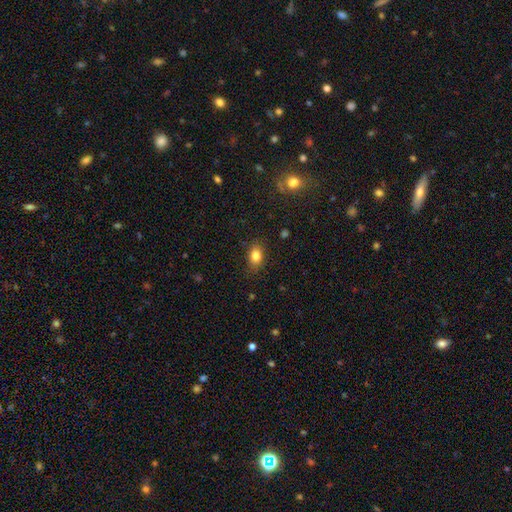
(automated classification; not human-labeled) Q: Smooth or featured?
A: smooth (83%); runner-up: star or artifact (10%)
Q: How rounded?
A: in between (75%); runner-up: round (23%)
Q: Merging?
A: none (84%); runner-up: minor disturbance (12%)